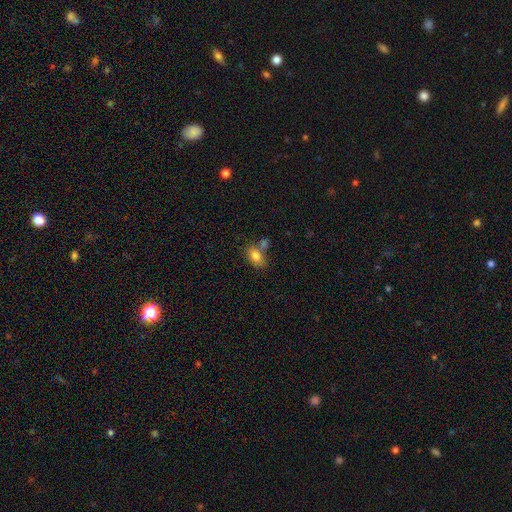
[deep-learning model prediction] This appears to be a smooth galaxy with no disk features (80%) that is in between round and cigar-shaped (82%). Merging: none (55%).